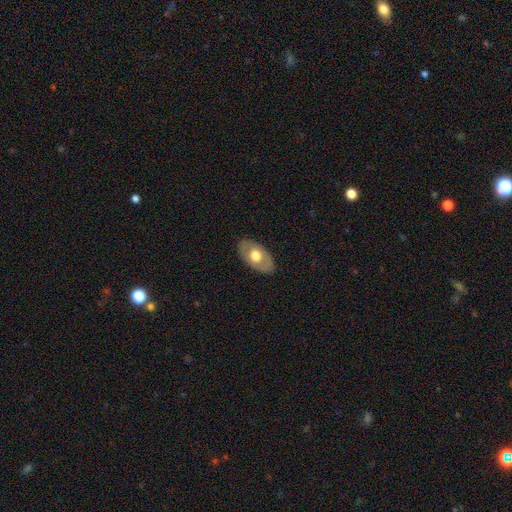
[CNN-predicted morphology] Smooth or featured?
  - smooth: 52% *
  - featured or disk: 43%
  - star or artifact: 5%
How rounded?
  - in between: 88% *
  - round: 10%
  - cigar-shaped: 1%
Merging?
  - none: 84% *
  - minor disturbance: 12%
  - major disturbance: 3%
  - merger: 1%